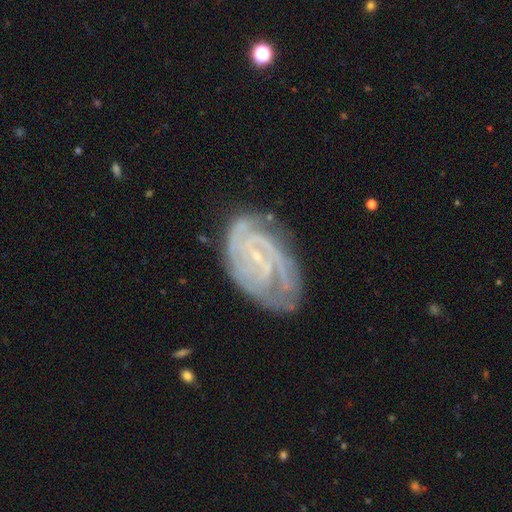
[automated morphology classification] Q: Smooth or featured?
A: featured or disk (85%); runner-up: smooth (8%)
Q: Edge-on disk?
A: no (97%); runner-up: yes (3%)
Q: Bar?
A: no (50%); runner-up: weak (38%)
Q: Spiral arms?
A: yes (96%); runner-up: no (4%)
Q: Spiral winding?
A: tight (66%); runner-up: medium (28%)
Q: Spiral arm count?
A: 2 (32%); runner-up: can't tell (24%)
Q: Bulge size?
A: small (83%); runner-up: moderate (7%)
Q: Merging?
A: none (67%); runner-up: minor disturbance (22%)